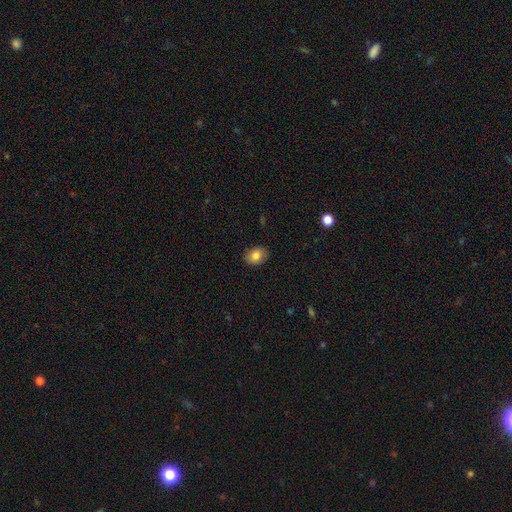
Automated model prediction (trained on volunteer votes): Smooth or featured? Predicted: smooth (p=0.83). How rounded? Predicted: in between (p=0.64). Merging? Predicted: none (p=0.88).